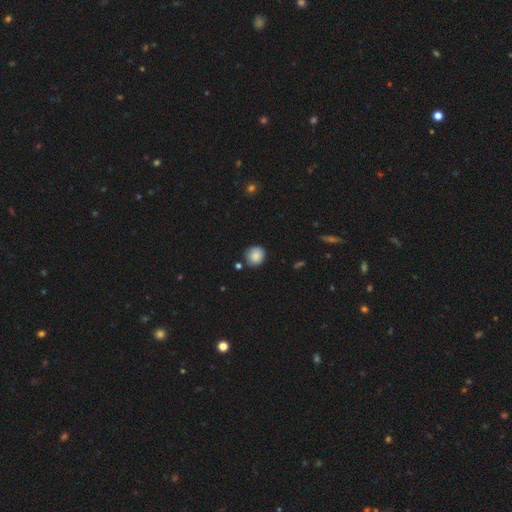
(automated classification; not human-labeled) This is clearly a smooth galaxy (86%). How rounded: clearly round (87%). Merging: clearly none (82%).